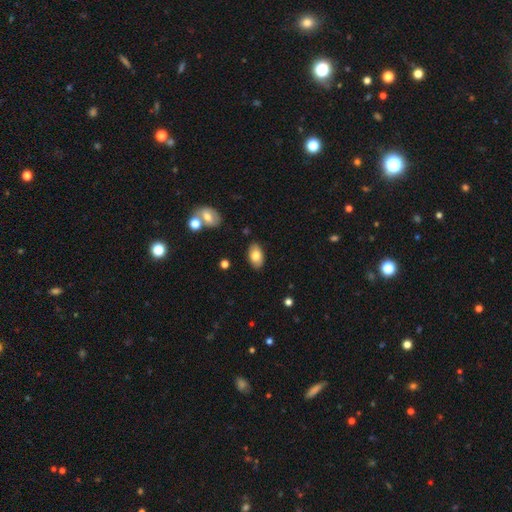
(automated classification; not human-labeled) smooth 79%, featured or disk 14%, star or artifact 7%. Down the decision tree: how rounded — in between (93%); merging — none (86%).